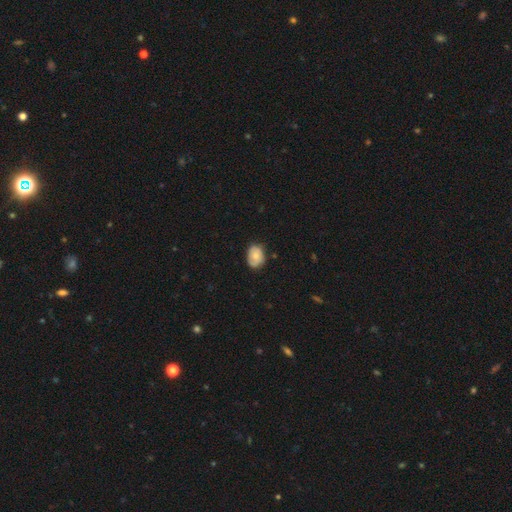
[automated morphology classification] type=smooth (71%); roundness=in between (68%); merging=none (73%).